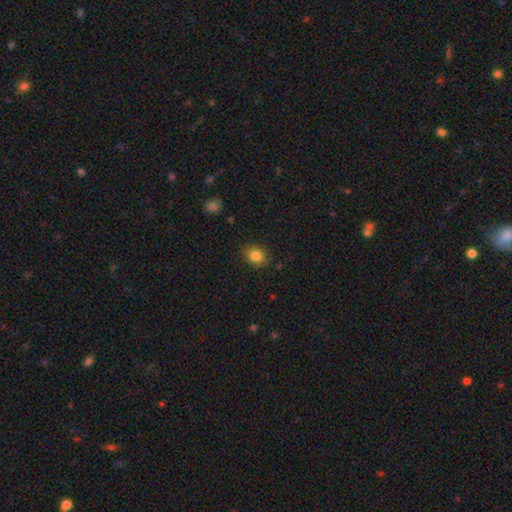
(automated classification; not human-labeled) Q: Smooth or featured?
A: smooth (84%); runner-up: star or artifact (11%)
Q: How rounded?
A: round (64%); runner-up: in between (35%)
Q: Merging?
A: none (85%); runner-up: minor disturbance (11%)